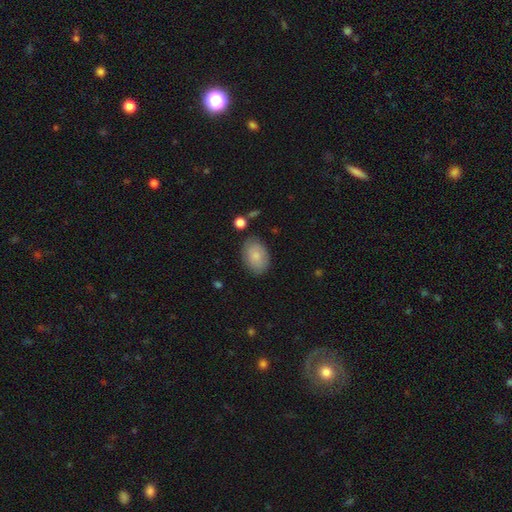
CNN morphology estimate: Smooth or featured? Predicted: smooth (p=0.79). How rounded? Predicted: in between (p=0.87). Merging? Predicted: none (p=0.81).